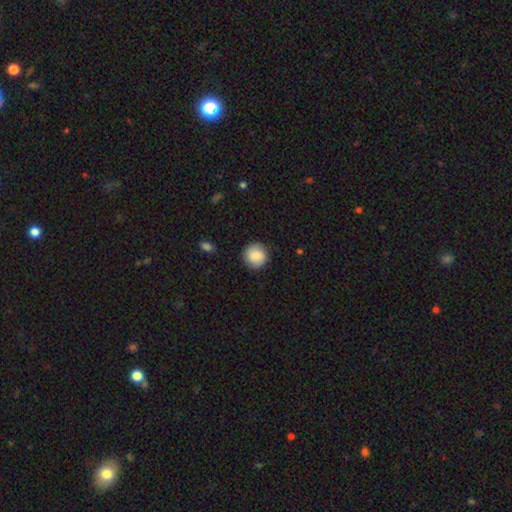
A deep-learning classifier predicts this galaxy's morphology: This appears to be a smooth galaxy with no disk features (80%) that is round (92%). Merging: none (86%).